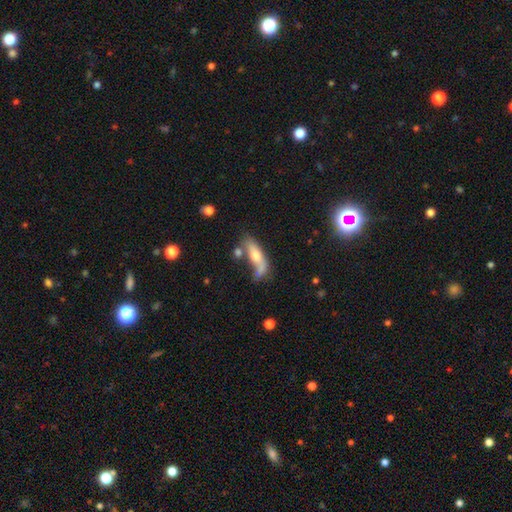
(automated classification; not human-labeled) smooth-or-featured: featured or disk: 45% | smooth: 44% | star or artifact: 11%
  merging: none: 38% | minor disturbance: 22% | merger: 22% | major disturbance: 18%